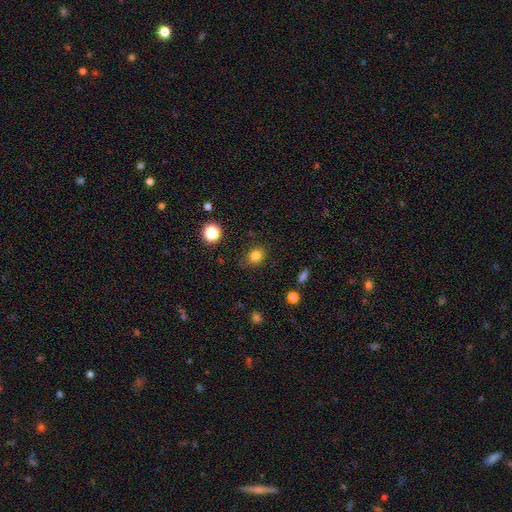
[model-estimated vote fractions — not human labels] smooth-or-featured: smooth: 80% | star or artifact: 14% | featured or disk: 6%
  how-rounded: round: 58% | in between: 41% | cigar-shaped: 1%
  merging: none: 82% | minor disturbance: 13% | major disturbance: 3% | merger: 2%